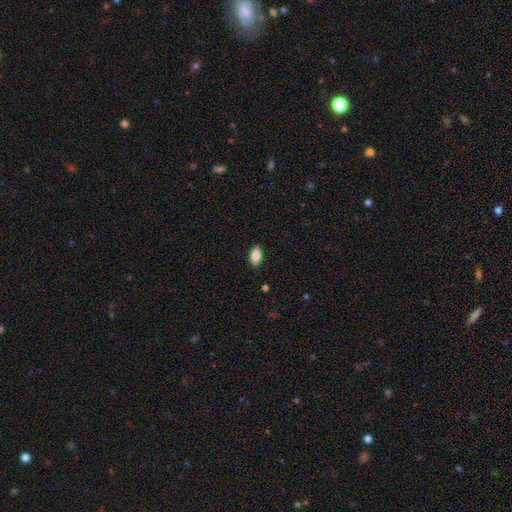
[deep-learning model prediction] Smooth or featured? Predicted: smooth (p=0.86). How rounded? Predicted: in between (p=0.89). Merging? Predicted: none (p=0.88).